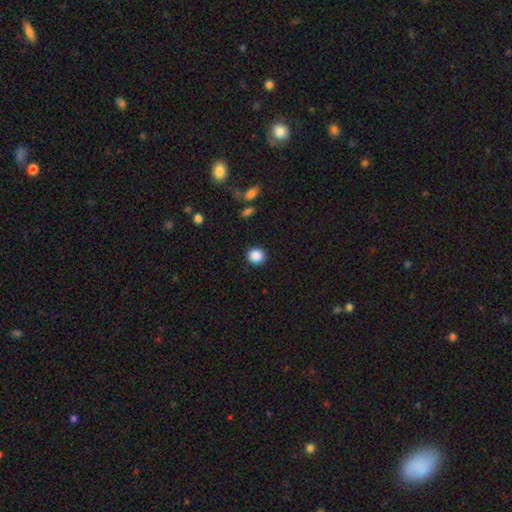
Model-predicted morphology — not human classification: Smooth or featured? smooth (88%)
How rounded? round (88%)
Merging? none (91%)